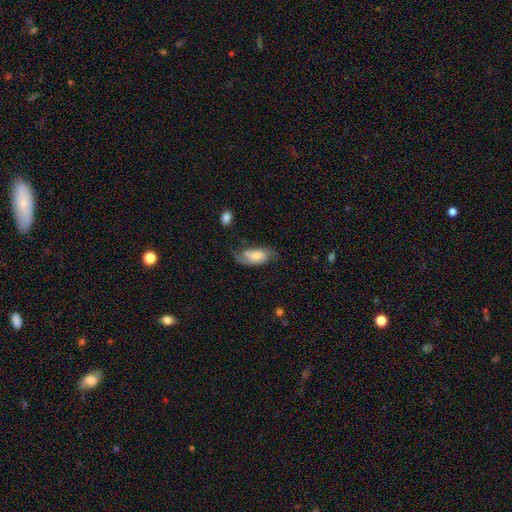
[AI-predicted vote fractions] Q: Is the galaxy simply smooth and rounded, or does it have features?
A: featured or disk — 48%.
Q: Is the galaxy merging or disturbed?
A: none — 47%.